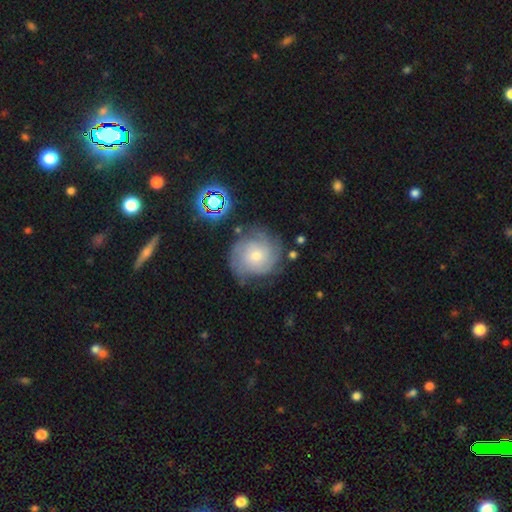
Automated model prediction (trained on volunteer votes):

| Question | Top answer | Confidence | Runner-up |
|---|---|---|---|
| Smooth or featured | featured or disk | 66% | smooth (23%) |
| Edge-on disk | no | 97% | yes (3%) |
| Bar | no | 80% | weak (17%) |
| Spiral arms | yes | 91% | no (9%) |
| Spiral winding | tight | 66% | medium (26%) |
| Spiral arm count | can't tell | 39% | 3 (21%) |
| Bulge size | small | 55% | moderate (40%) |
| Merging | none | 72% | minor disturbance (18%) |